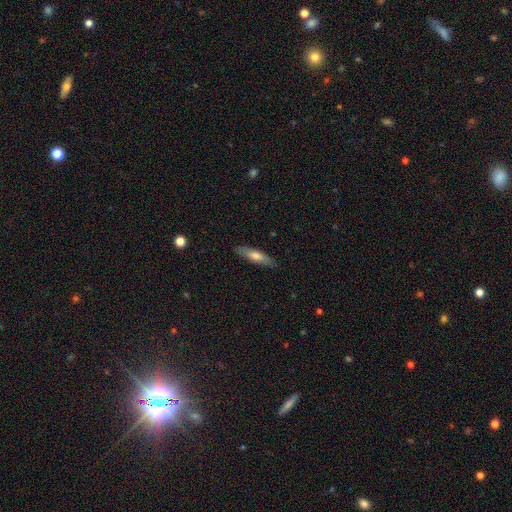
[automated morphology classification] A smooth galaxy with no disk features (62%) that is cigar-shaped (69%). Merging: none (86%).